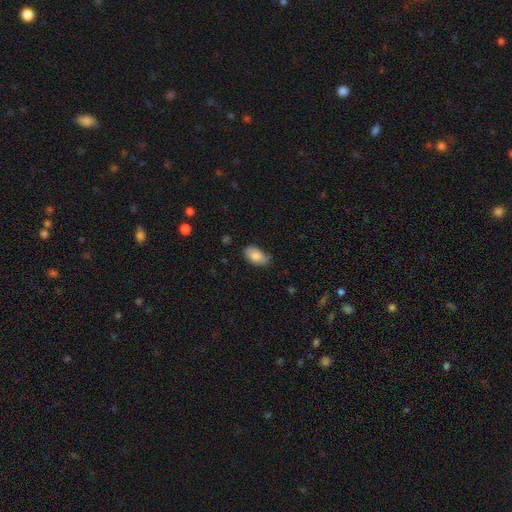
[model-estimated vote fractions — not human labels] Smooth or featured: smooth — 85% (featured or disk — 9%)
How rounded: in between — 94% (round — 4%)
Merging: none — 72% (minor disturbance — 23%)